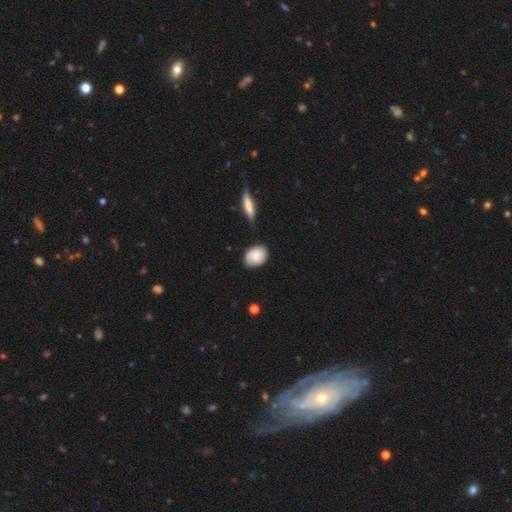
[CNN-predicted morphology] smooth_or_featured: smooth (p=0.67) [alt: featured or disk p=0.26]
how_rounded: in between (p=0.63) [alt: round p=0.35]
merging: none (p=0.67) [alt: minor disturbance p=0.24]